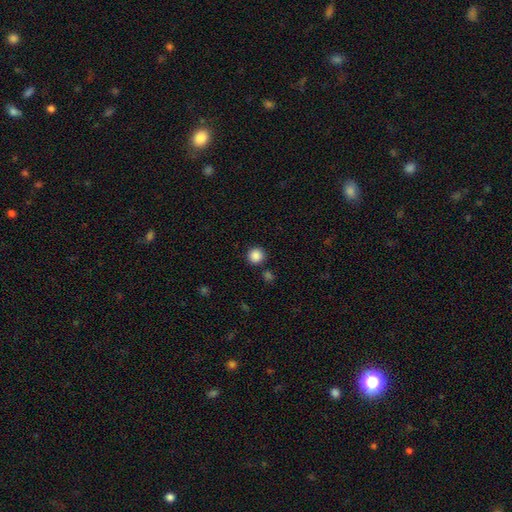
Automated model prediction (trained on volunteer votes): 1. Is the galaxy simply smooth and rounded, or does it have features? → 87% smooth, 10% star or artifact, 3% featured or disk.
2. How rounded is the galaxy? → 94% round, 5% in between, 1% cigar-shaped.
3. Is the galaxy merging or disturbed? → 87% none, 6% minor disturbance, 4% merger, 3% major disturbance.